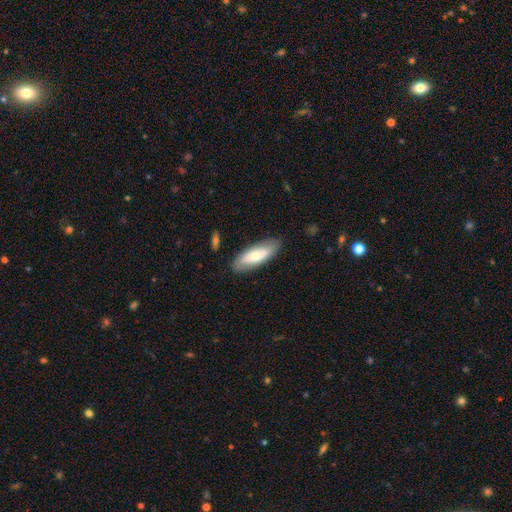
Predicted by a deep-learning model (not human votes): This appears to be a smooth galaxy with no disk features (68%) that is in between round and cigar-shaped (62%). Merging: none (84%).